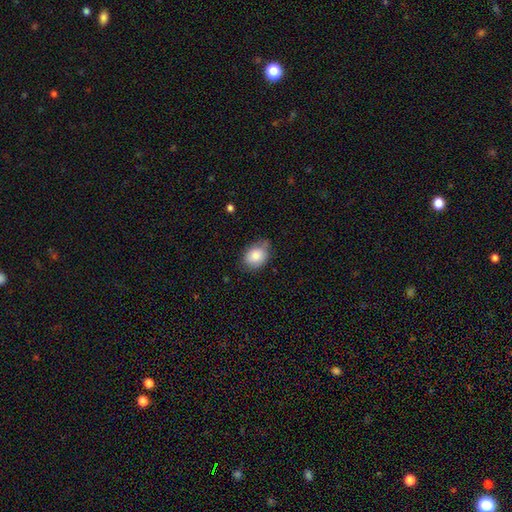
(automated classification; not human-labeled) smooth-or-featured: smooth: 84% | featured or disk: 8% | star or artifact: 8%
  how-rounded: in between: 67% | round: 32% | cigar-shaped: 1%
  merging: none: 67% | minor disturbance: 27% | major disturbance: 5% | merger: 2%